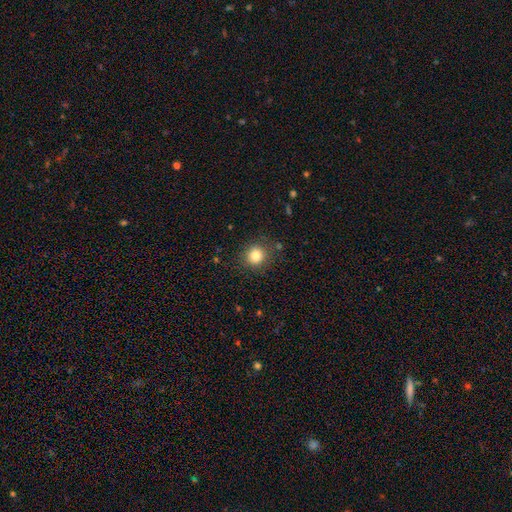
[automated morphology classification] smooth-or-featured: smooth: 82% | star or artifact: 12% | featured or disk: 7%
  how-rounded: round: 90% | in between: 9% | cigar-shaped: 1%
  merging: none: 87% | minor disturbance: 9% | major disturbance: 3% | merger: 2%